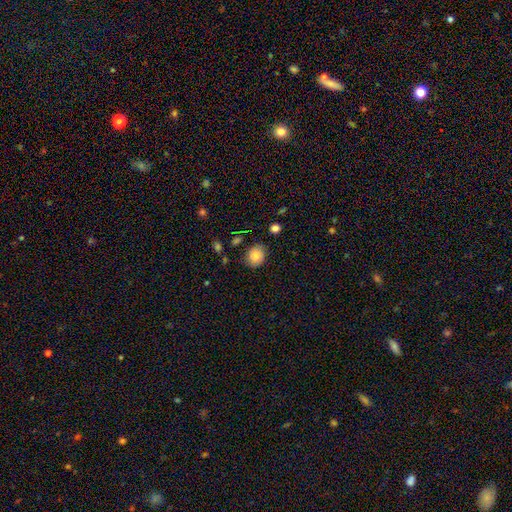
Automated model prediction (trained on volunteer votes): This is likely a smooth galaxy (78%). How rounded: likely round (64%). Merging: likely none (76%).